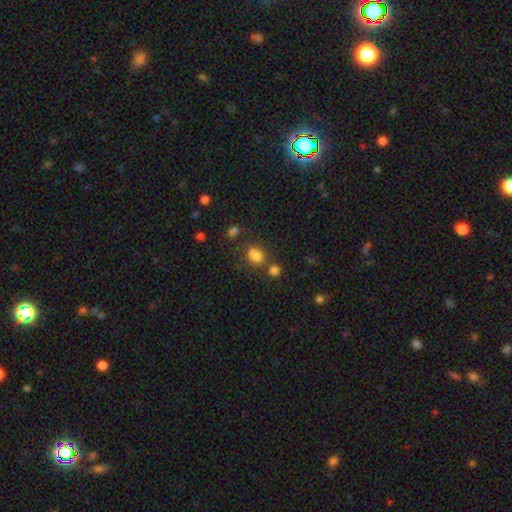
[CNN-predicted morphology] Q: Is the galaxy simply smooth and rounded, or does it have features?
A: smooth — 75%.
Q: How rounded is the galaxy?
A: round — 58%.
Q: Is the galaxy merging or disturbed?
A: none — 51%.